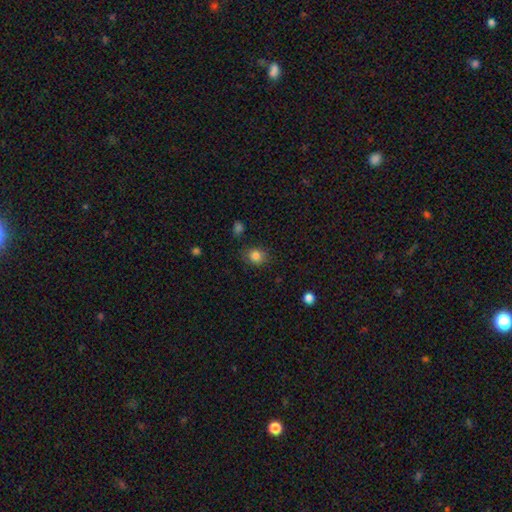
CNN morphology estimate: Smooth or featured?
  - smooth: 84% *
  - star or artifact: 11%
  - featured or disk: 5%
How rounded?
  - round: 70% *
  - in between: 29%
  - cigar-shaped: 1%
Merging?
  - none: 80% *
  - minor disturbance: 14%
  - major disturbance: 4%
  - merger: 2%